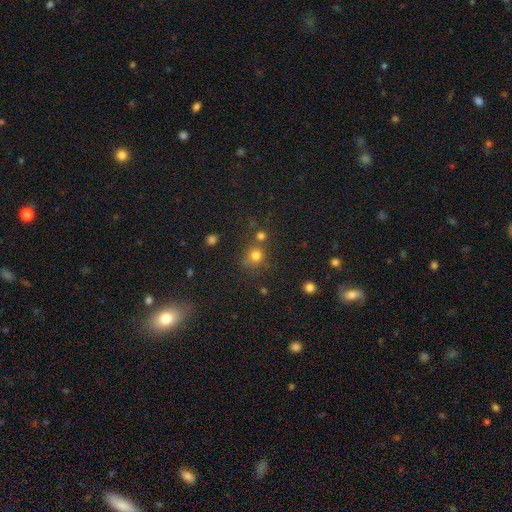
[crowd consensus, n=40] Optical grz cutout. It shows a smooth galaxy with no disk features (80%) that is round (91%). Merging: none (51%).